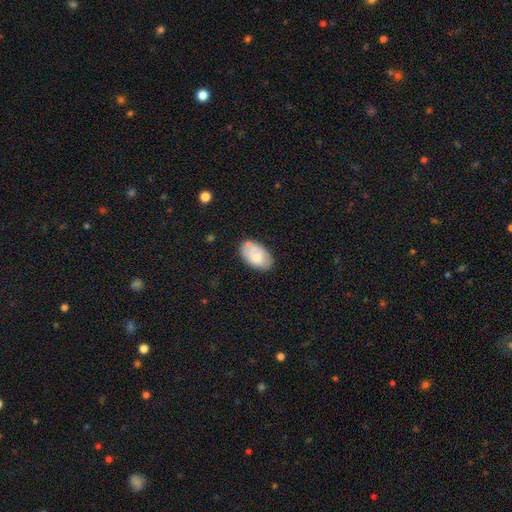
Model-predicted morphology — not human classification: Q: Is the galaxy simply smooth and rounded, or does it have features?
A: smooth — 73%.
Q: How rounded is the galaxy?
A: in between — 94%.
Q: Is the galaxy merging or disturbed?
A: none — 72%.